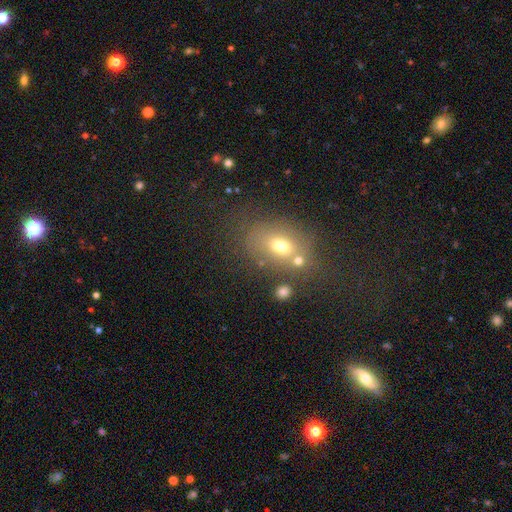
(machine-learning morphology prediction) Smooth or featured? Predicted: smooth (p=0.58). How rounded? Predicted: in between (p=0.58). Merging? Predicted: none (p=0.56).